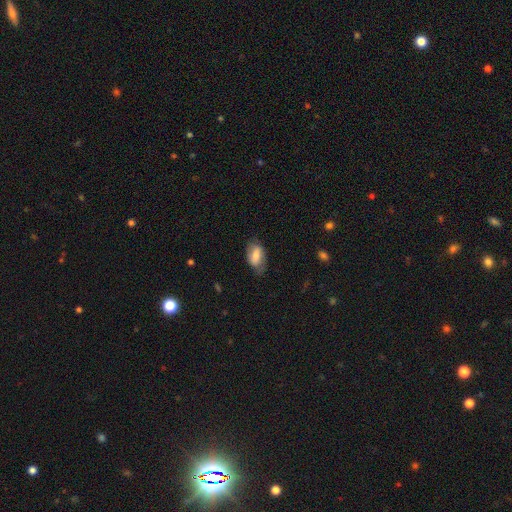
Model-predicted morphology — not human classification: smooth_or_featured: smooth (p=0.64) [alt: featured or disk p=0.29]
how_rounded: in between (p=0.91) [alt: round p=0.06]
merging: none (p=0.65) [alt: minor disturbance p=0.25]